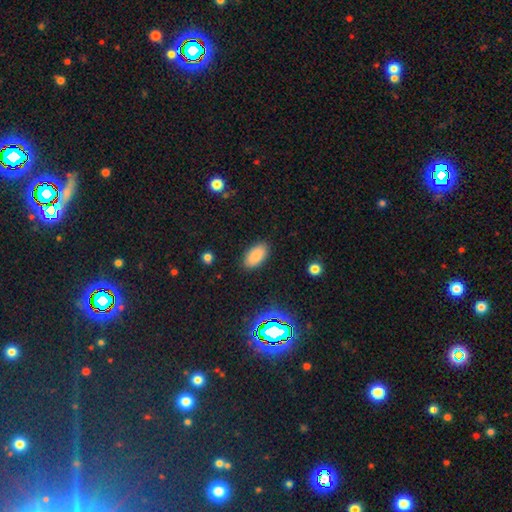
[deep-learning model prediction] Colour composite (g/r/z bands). It shows a smooth galaxy with no disk features (83%) that is in between round and cigar-shaped (94%). Merging: none (87%).